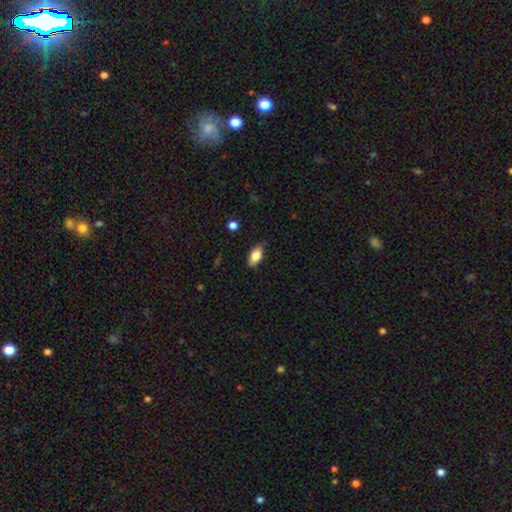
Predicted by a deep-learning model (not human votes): Smooth or featured?
  - smooth: 79% *
  - featured or disk: 14%
  - star or artifact: 7%
How rounded?
  - in between: 89% *
  - cigar-shaped: 7%
  - round: 4%
Merging?
  - none: 79% *
  - minor disturbance: 17%
  - major disturbance: 3%
  - merger: 1%